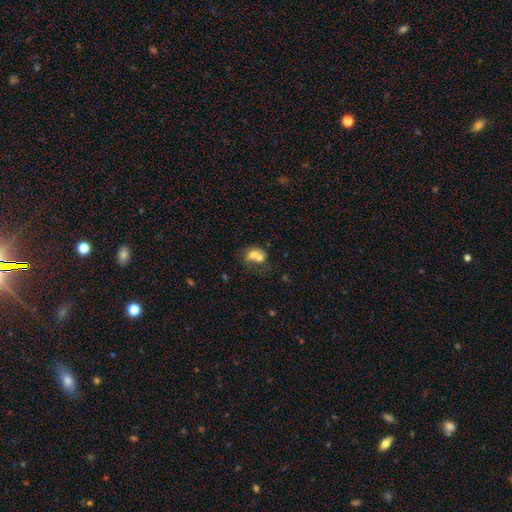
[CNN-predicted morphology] A smooth galaxy with no disk features (65%) that is round (51%). Merging: merger (68%).